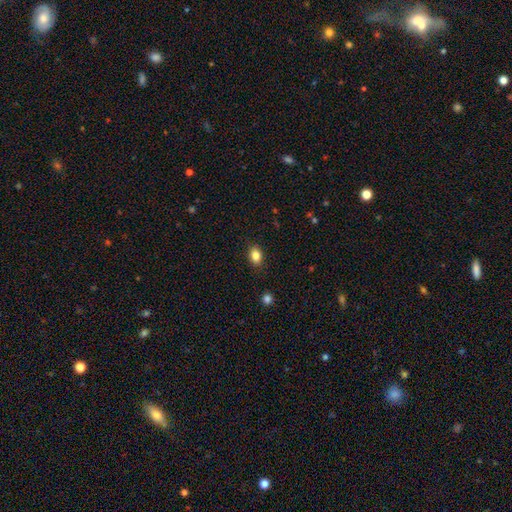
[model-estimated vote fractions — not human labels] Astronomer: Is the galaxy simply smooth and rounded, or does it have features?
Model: smooth — 84%.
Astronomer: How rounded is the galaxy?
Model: in between — 74%.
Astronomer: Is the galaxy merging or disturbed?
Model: none — 88%.